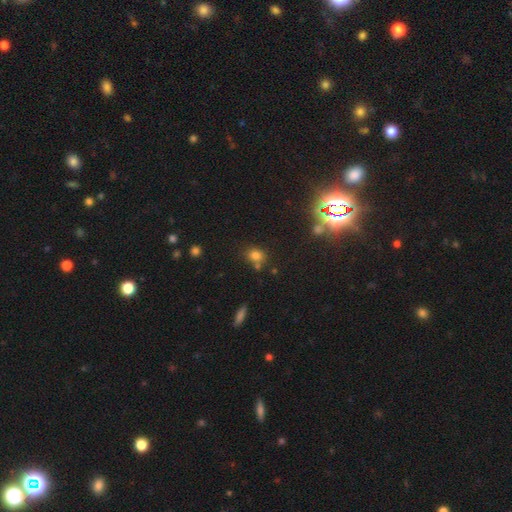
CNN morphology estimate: Smooth or featured? smooth (73%)
How rounded? round (56%)
Merging? none (62%)